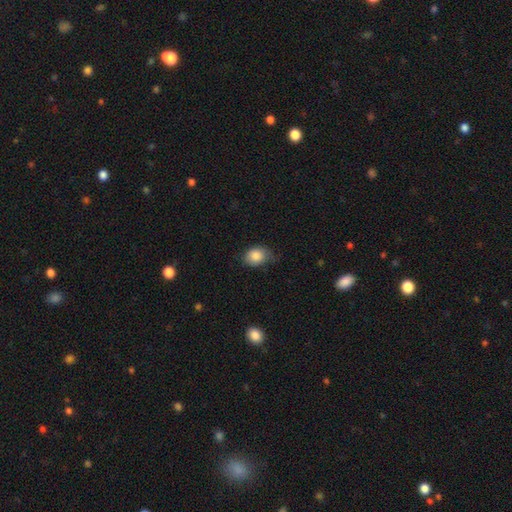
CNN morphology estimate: Overall: smooth (84%). How rounded: in between (62%; round 37%). Merging: none (55%; minor disturbance 36%).